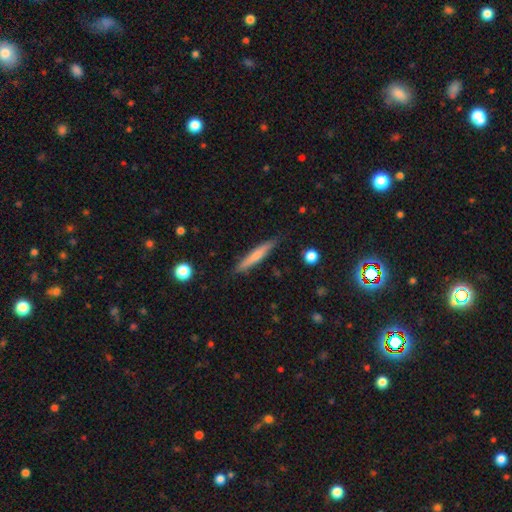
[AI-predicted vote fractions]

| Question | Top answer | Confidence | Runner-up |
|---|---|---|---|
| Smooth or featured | smooth | 62% | featured or disk (33%) |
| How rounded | cigar-shaped | 93% | in between (5%) |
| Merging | none | 86% | minor disturbance (10%) |